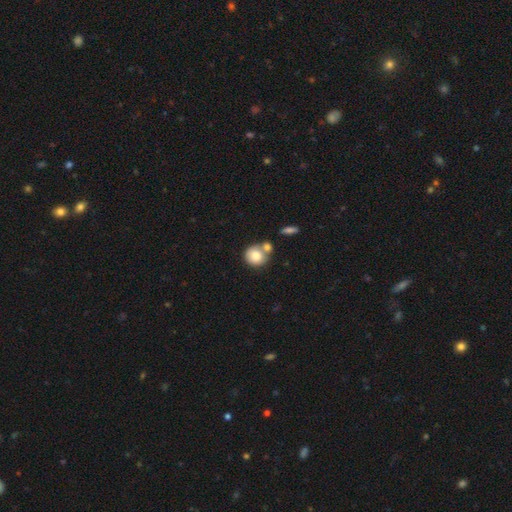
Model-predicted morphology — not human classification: Q: Smooth or featured?
A: smooth (81%); runner-up: featured or disk (11%)
Q: How rounded?
A: round (83%); runner-up: in between (16%)
Q: Merging?
A: none (46%); runner-up: merger (39%)